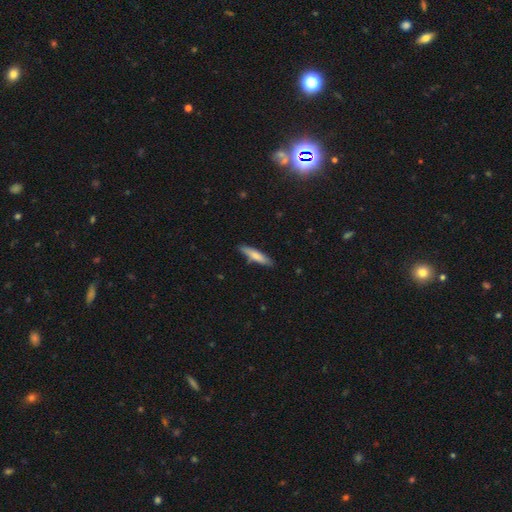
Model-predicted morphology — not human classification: Q: Smooth or featured?
A: smooth (72%); runner-up: featured or disk (22%)
Q: How rounded?
A: cigar-shaped (84%); runner-up: in between (15%)
Q: Merging?
A: none (83%); runner-up: minor disturbance (13%)